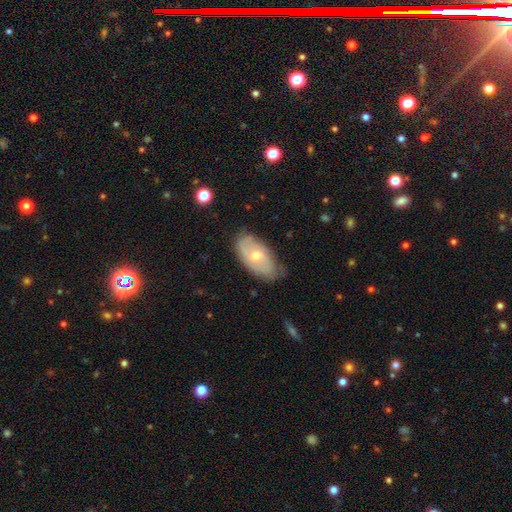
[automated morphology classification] A featured or disk galaxy (53%). Merging: none (68%).